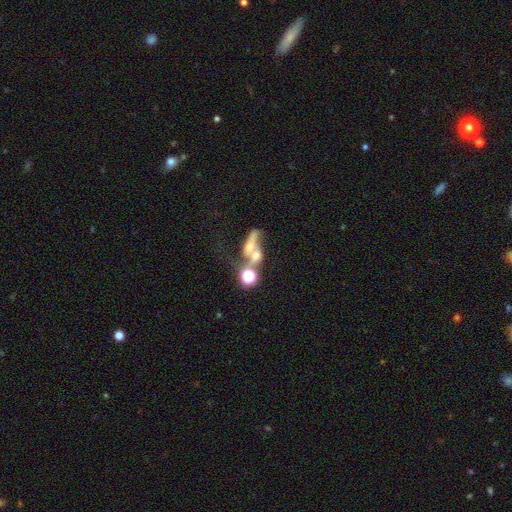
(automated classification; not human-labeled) smooth_or_featured: smooth (p=0.40) [tied with: featured or disk p=0.40]
merging: merger (p=0.61) [alt: none p=0.17]